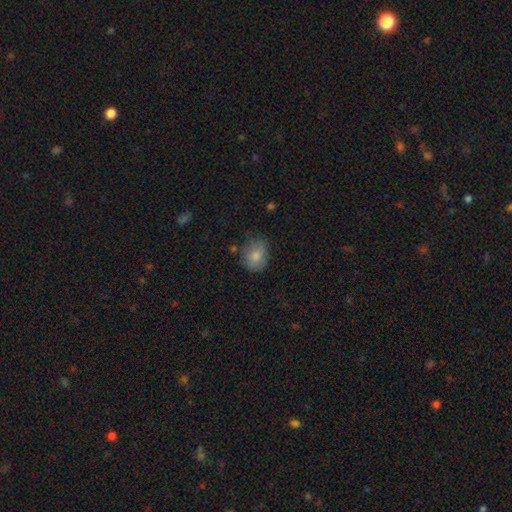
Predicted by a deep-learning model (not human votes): This is clearly a smooth galaxy (82%). How rounded: possibly round (56%). Merging: likely none (66%).